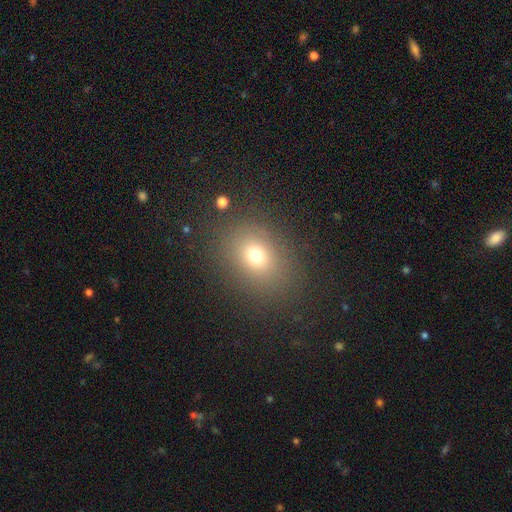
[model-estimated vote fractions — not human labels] This is likely a smooth galaxy (70%). How rounded: possibly round (51%). Merging: clearly none (83%).